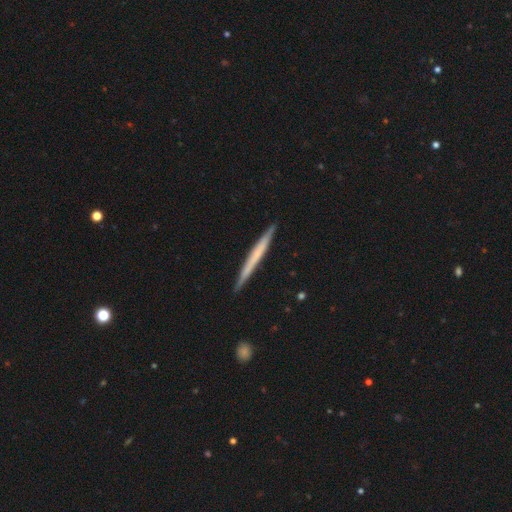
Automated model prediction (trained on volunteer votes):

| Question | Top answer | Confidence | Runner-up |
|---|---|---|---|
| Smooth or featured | smooth | 48% | featured or disk (46%) |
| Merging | none | 90% | minor disturbance (7%) |